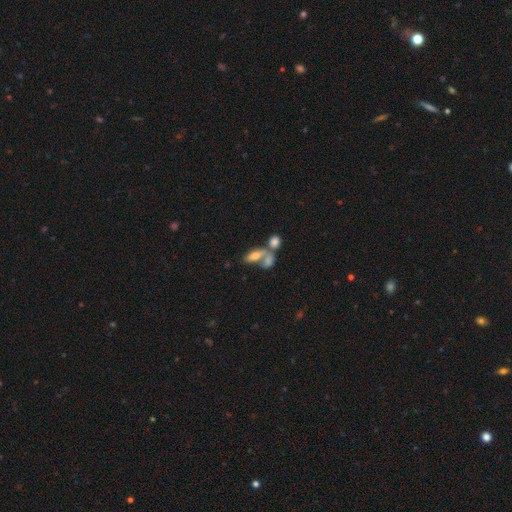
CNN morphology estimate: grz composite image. It shows a smooth galaxy with no disk features (57%) that is in between round and cigar-shaped (75%). Merging: merger (54%).